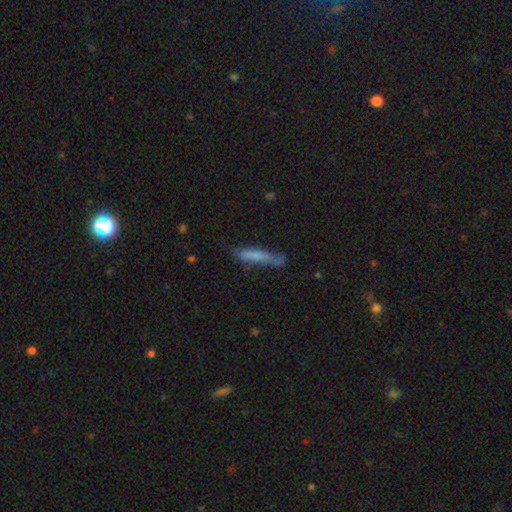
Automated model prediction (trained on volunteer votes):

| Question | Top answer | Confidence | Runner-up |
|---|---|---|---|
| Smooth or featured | smooth | 65% | featured or disk (28%) |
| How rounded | cigar-shaped | 89% | in between (9%) |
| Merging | none | 60% | minor disturbance (26%) |